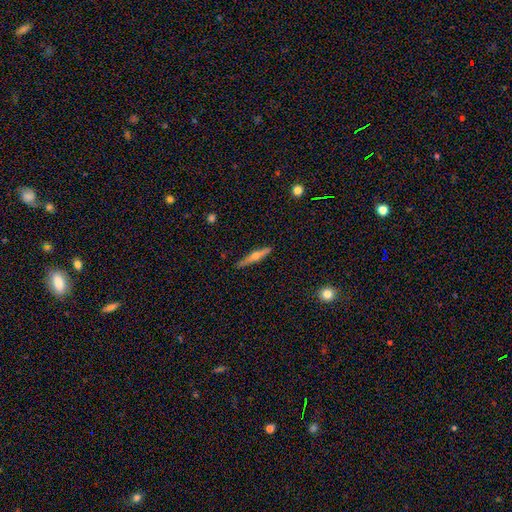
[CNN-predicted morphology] type=featured or disk (64%); edge-on=yes (96%); edge-on bulge=rounded (91%); merging=none (87%).